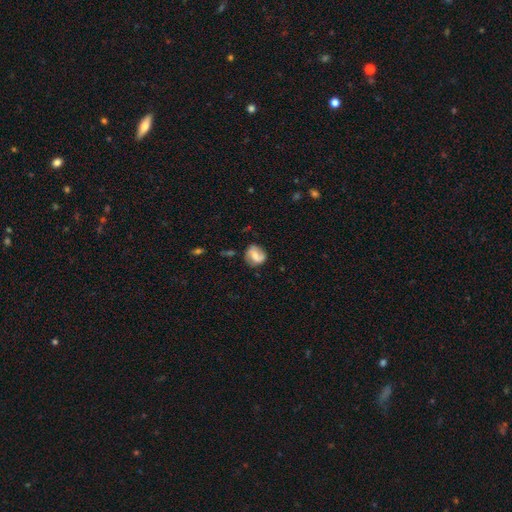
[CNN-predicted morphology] Smooth or featured: featured or disk — 50% (smooth — 42%)
Merging: none — 71% (minor disturbance — 20%)